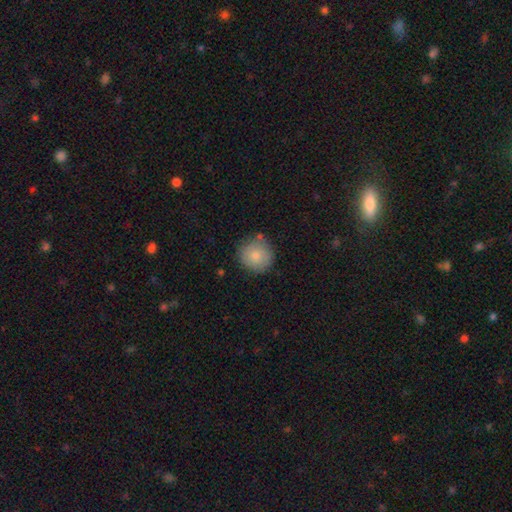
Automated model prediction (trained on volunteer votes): Morphology: type=smooth (83%); roundness=round (93%); merging=none (80%).